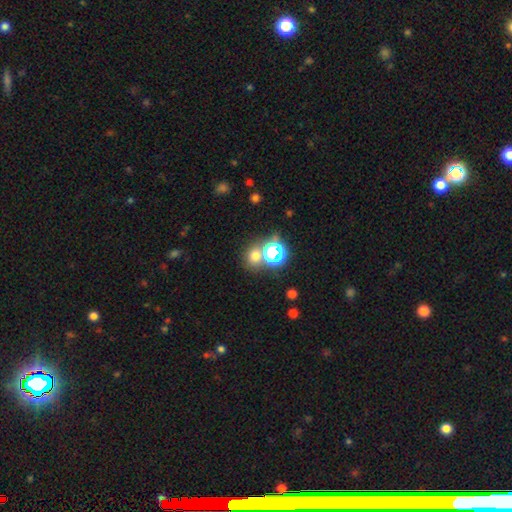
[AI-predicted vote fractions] Smooth or featured? smooth (61%)
How rounded? round (78%)
Merging? none (64%)